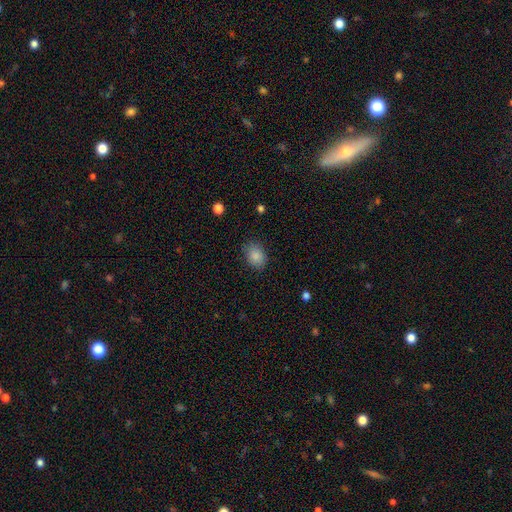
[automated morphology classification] A smooth galaxy with no disk features (87%) that is in between round and cigar-shaped (65%).

Vote fractions:
- Smooth or featured? smooth: 87% / star or artifact: 9% / featured or disk: 5%
- How rounded? in between: 65% / round: 34% / cigar-shaped: 1%
- Merging? none: 81% / minor disturbance: 14% / major disturbance: 4% / merger: 1%